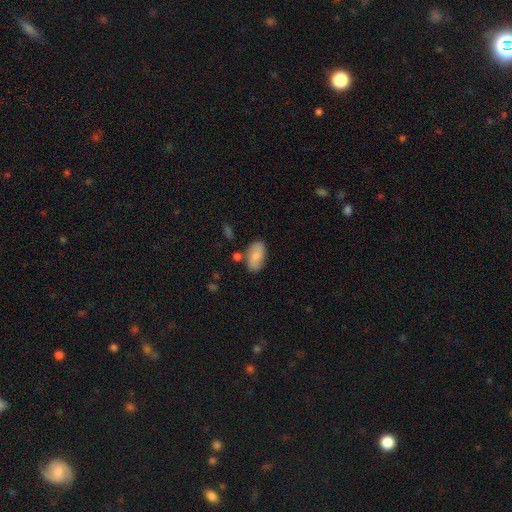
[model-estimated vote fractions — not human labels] Smooth or featured: smooth — 79% (featured or disk — 14%)
How rounded: in between — 93% (round — 4%)
Merging: none — 73% (minor disturbance — 16%)